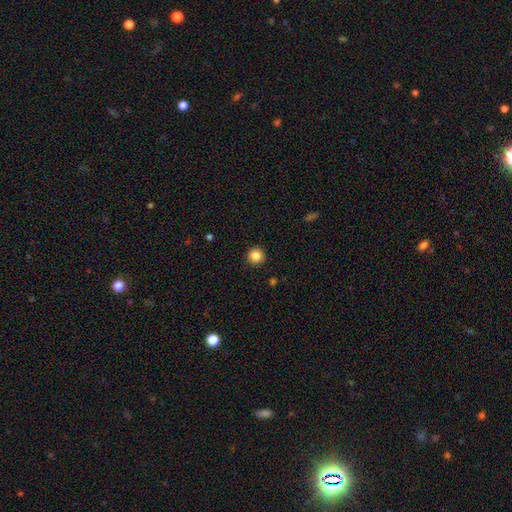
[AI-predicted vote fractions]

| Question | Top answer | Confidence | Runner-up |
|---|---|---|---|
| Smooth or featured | smooth | 86% | star or artifact (10%) |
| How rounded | round | 94% | in between (5%) |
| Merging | none | 92% | minor disturbance (5%) |